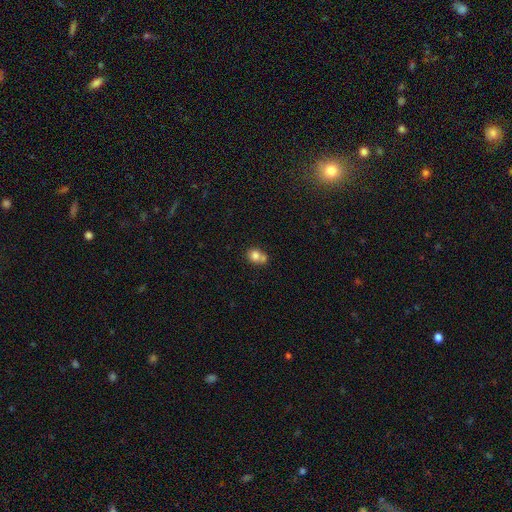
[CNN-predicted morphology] Smooth or featured? Predicted: smooth (p=0.78). How rounded? Predicted: round (p=0.67). Merging? Predicted: merger (p=0.42).